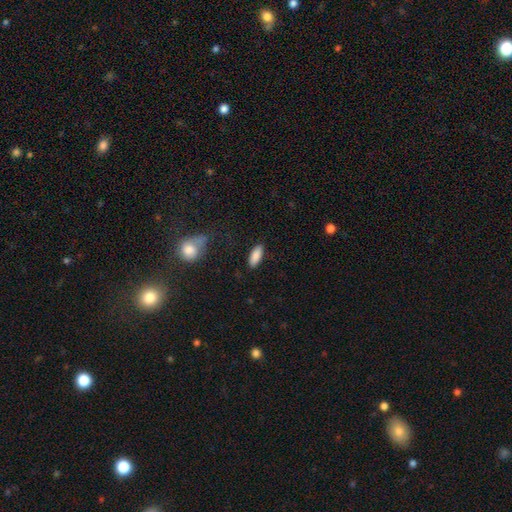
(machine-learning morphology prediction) smooth_or_featured: smooth (p=0.87) [alt: featured or disk p=0.07]
how_rounded: in between (p=0.76) [alt: cigar-shaped p=0.22]
merging: none (p=0.85) [alt: minor disturbance p=0.10]